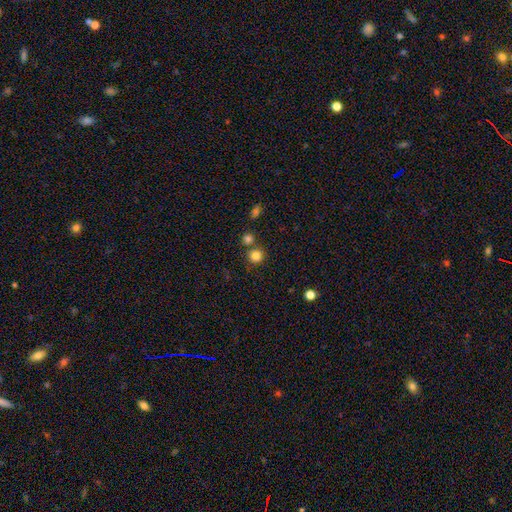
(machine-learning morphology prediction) This is clearly a smooth galaxy (83%). How rounded: clearly round (93%). Merging: likely none (75%).